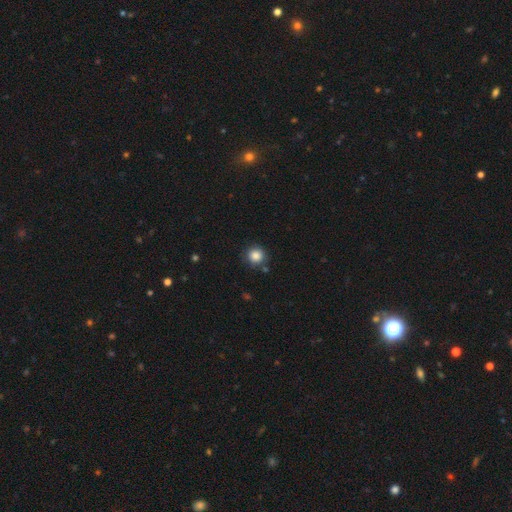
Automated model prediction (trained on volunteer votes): Smooth or featured?
  - smooth: 85% *
  - star or artifact: 10%
  - featured or disk: 5%
How rounded?
  - round: 93% *
  - in between: 7%
  - cigar-shaped: 1%
Merging?
  - none: 82% *
  - minor disturbance: 11%
  - merger: 4%
  - major disturbance: 3%